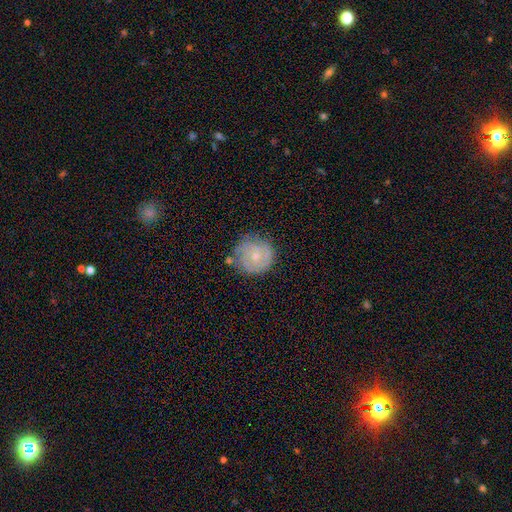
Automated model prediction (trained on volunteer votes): featured or disk 61%, smooth 32%, star or artifact 7%. Down the decision tree: edge-on disk — no (98%); bar — no (76%); spiral arms — yes (83%); bulge size — small (57%); merging — none (69%).